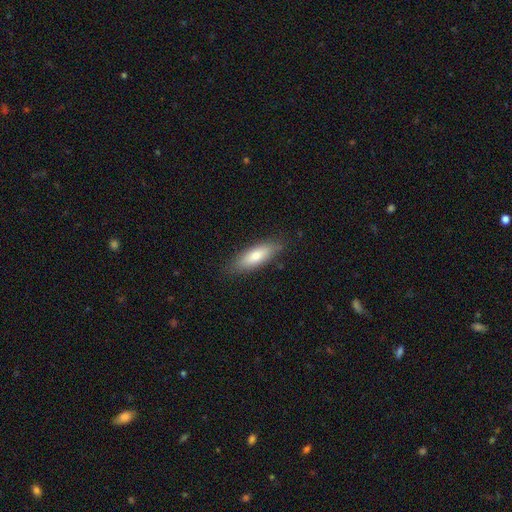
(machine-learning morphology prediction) smooth-or-featured: smooth: 73% | featured or disk: 20% | star or artifact: 7%
  how-rounded: cigar-shaped: 51% | in between: 48% | round: 2%
  merging: none: 85% | minor disturbance: 12% | major disturbance: 2% | merger: 1%